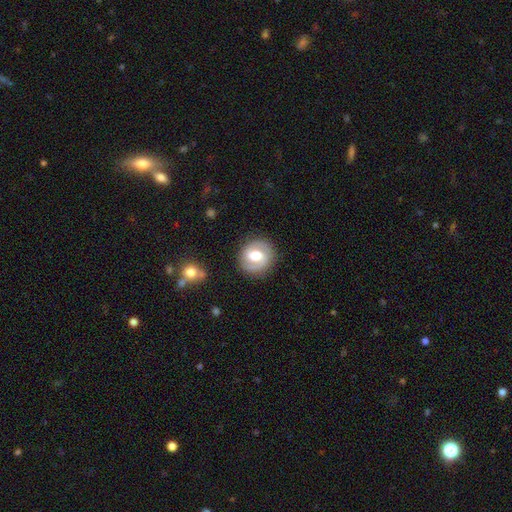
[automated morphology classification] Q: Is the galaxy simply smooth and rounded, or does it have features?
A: featured or disk — 69%.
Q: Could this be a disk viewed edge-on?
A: no — 98%.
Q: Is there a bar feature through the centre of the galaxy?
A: weak — 50%.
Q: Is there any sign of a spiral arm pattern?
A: yes — 85%.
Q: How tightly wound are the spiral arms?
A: medium — 46%.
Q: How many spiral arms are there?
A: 2 — 88%.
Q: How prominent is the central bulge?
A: moderate — 67%.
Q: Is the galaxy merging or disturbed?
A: none — 85%.